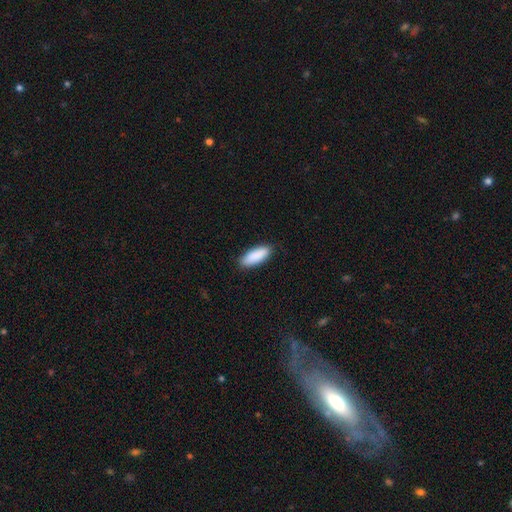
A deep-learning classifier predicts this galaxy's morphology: This appears to be a smooth galaxy with no disk features (90%) that is in between round and cigar-shaped (72%). Merging: none (88%).